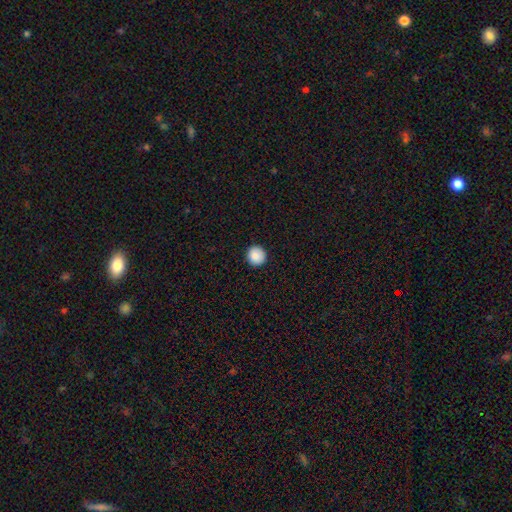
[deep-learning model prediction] Morphology: type=smooth (88%); roundness=round (94%); merging=none (92%).